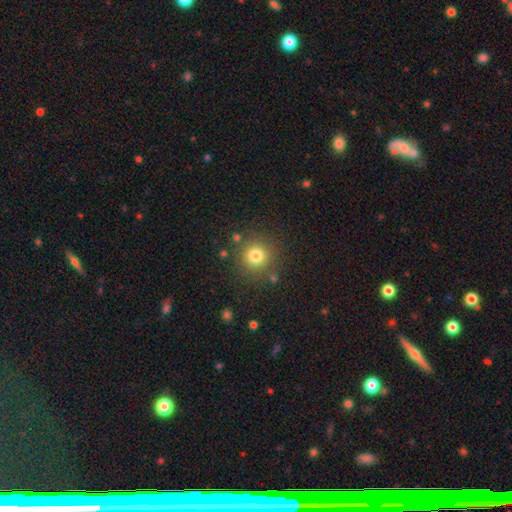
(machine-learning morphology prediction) smooth-or-featured: smooth: 79% | star or artifact: 14% | featured or disk: 8%
  how-rounded: round: 94% | in between: 5% | cigar-shaped: 1%
  merging: none: 85% | minor disturbance: 8% | merger: 4% | major disturbance: 4%